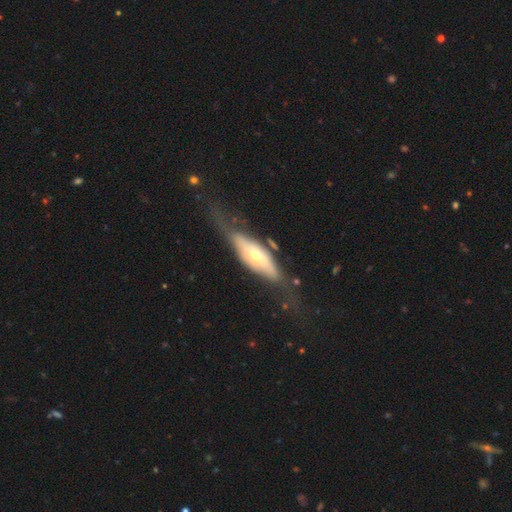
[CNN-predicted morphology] Q: Smooth or featured?
A: featured or disk (58%); runner-up: smooth (35%)
Q: Edge-on disk?
A: yes (52%); runner-up: no (48%)
Q: Merging?
A: none (46%); runner-up: major disturbance (26%)